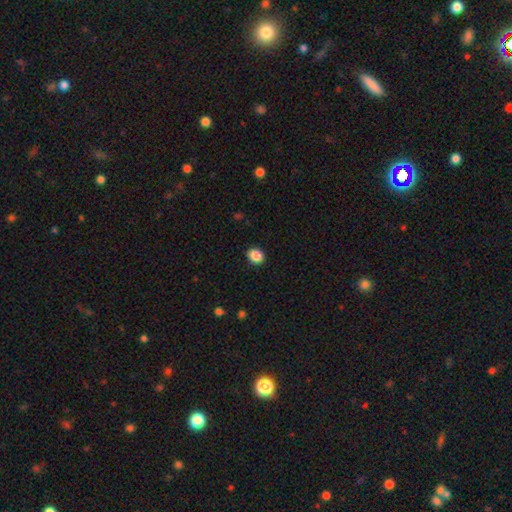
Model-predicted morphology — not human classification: Smooth or featured? smooth (88%)
How rounded? round (50%)
Merging? none (90%)